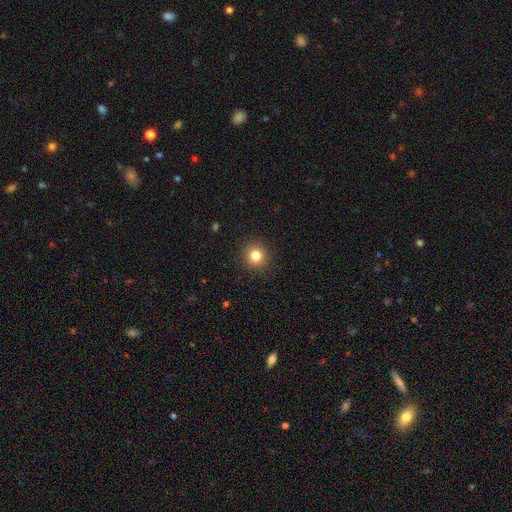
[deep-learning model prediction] Morphology: type=smooth (82%); roundness=round (89%); merging=none (91%).